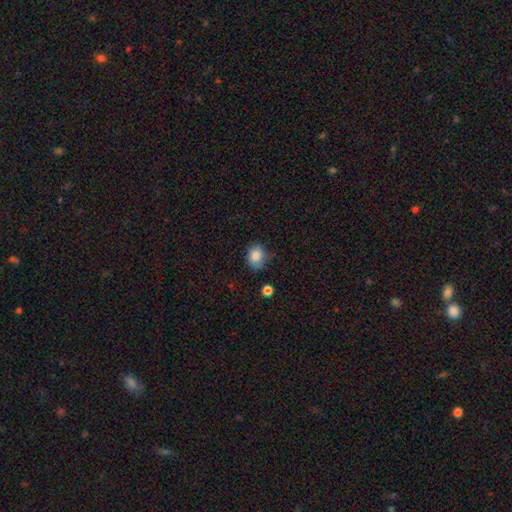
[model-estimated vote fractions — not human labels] This is clearly a smooth galaxy (83%). How rounded: possibly in between (50%). Merging: likely none (67%).